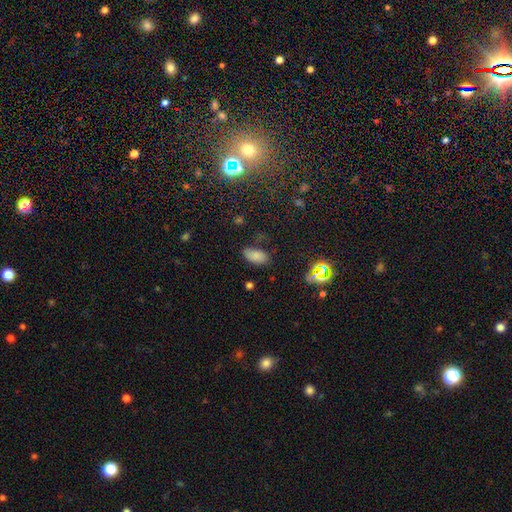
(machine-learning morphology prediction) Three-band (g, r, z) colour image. It shows a smooth galaxy with no disk features (73%) that is in between round and cigar-shaped (93%). Merging: none (61%).